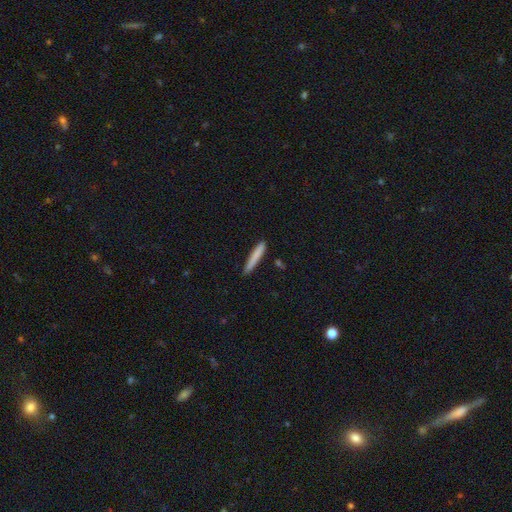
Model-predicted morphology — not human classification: smooth-or-featured: smooth: 80% | featured or disk: 14% | star or artifact: 6%
  how-rounded: cigar-shaped: 95% | in between: 3% | round: 1%
  merging: none: 86% | minor disturbance: 11% | merger: 2% | major disturbance: 2%